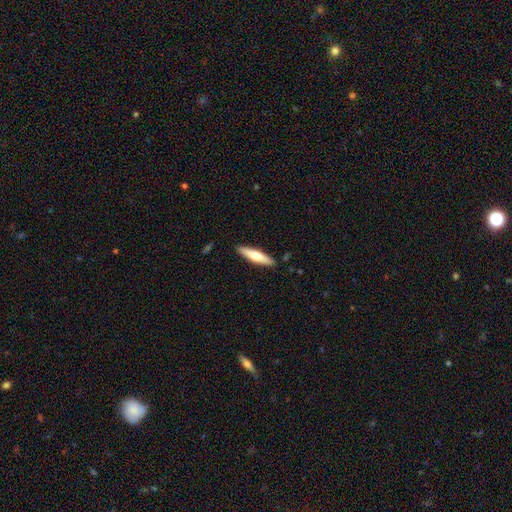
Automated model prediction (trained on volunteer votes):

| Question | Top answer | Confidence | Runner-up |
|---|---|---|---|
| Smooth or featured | smooth | 59% | featured or disk (36%) |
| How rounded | cigar-shaped | 80% | in between (19%) |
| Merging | none | 90% | minor disturbance (8%) |